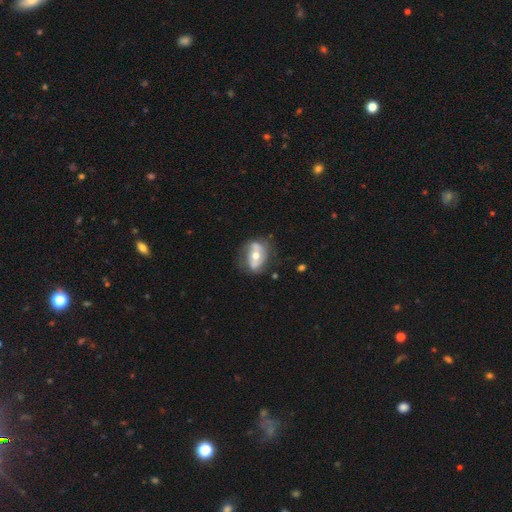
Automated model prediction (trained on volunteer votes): smooth_or_featured: featured or disk (p=0.61) [alt: smooth p=0.32]
disk_edge_on: no (p=0.90) [alt: yes p=0.10]
bar: strong (p=0.38) [alt: no p=0.36]
has_spiral_arms: yes (p=0.51) [alt: no p=0.49]
bulge_size: moderate (p=0.73) [alt: small p=0.18]
merging: none (p=0.67) [alt: minor disturbance p=0.21]